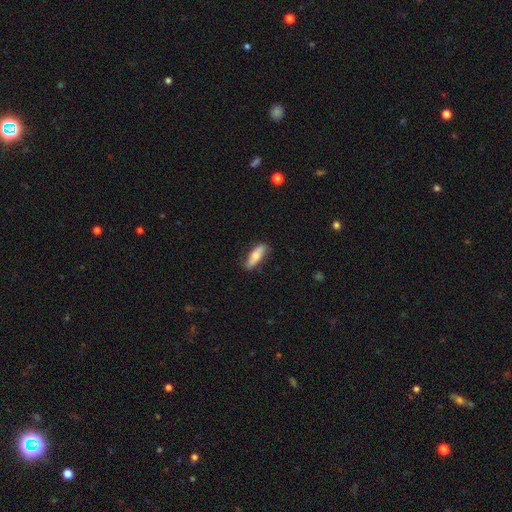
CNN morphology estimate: This appears to be a smooth galaxy with no disk features (59%) that is in between round and cigar-shaped (54%). Merging: none (78%).